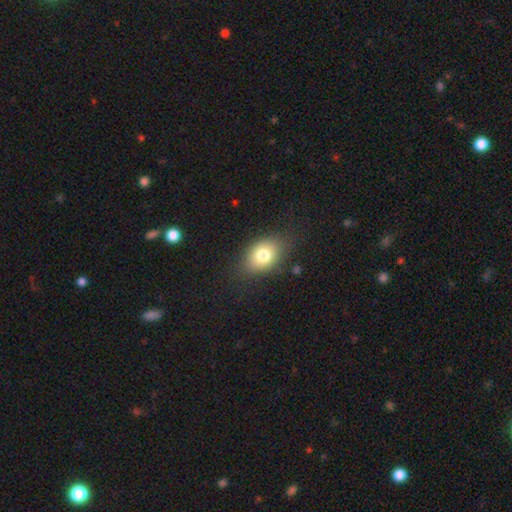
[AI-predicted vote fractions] smooth-or-featured: smooth: 74% | star or artifact: 14% | featured or disk: 11%
  how-rounded: in between: 68% | round: 30% | cigar-shaped: 2%
  merging: none: 83% | minor disturbance: 12% | major disturbance: 3% | merger: 1%